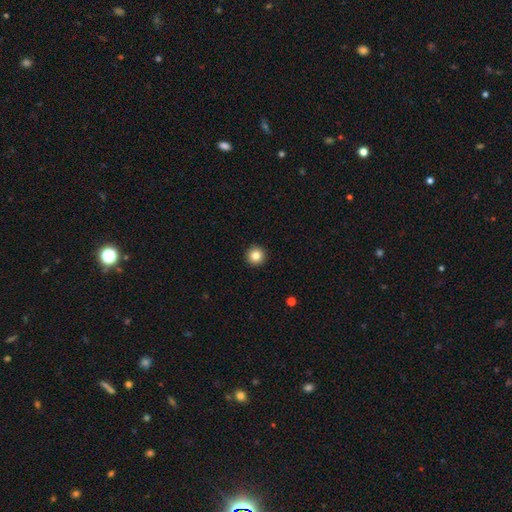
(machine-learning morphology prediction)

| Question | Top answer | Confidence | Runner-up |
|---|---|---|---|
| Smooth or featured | smooth | 83% | star or artifact (10%) |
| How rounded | round | 96% | in between (3%) |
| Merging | none | 94% | minor disturbance (4%) |